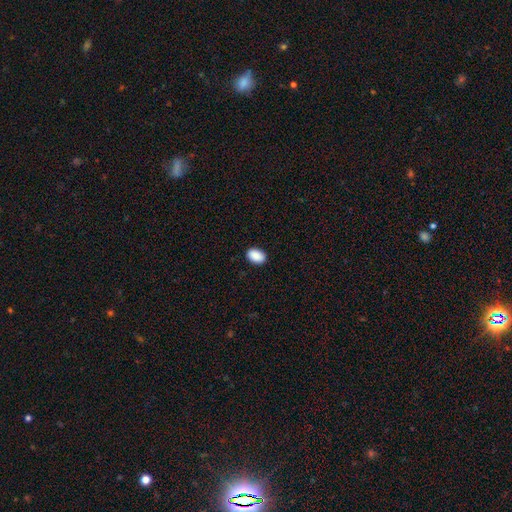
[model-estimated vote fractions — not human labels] smooth-or-featured: smooth: 91% | star or artifact: 7% | featured or disk: 2%
  how-rounded: in between: 88% | round: 11% | cigar-shaped: 1%
  merging: none: 90% | minor disturbance: 8% | major disturbance: 2% | merger: 1%